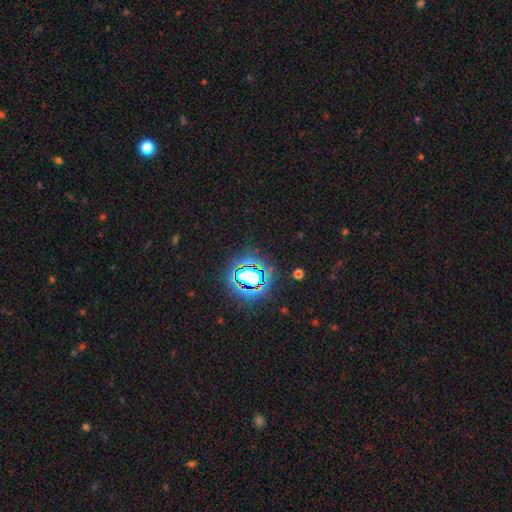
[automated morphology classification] type=star or artifact (82%).